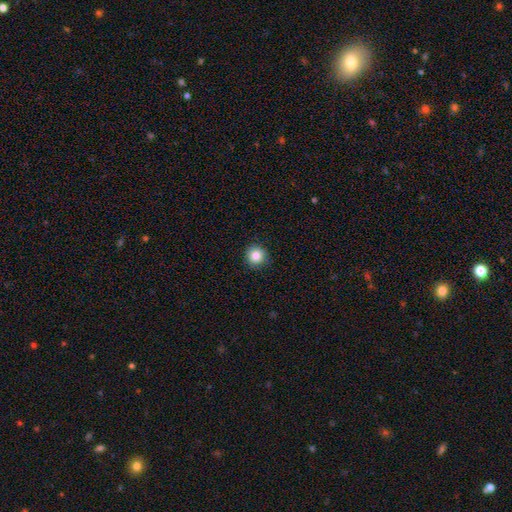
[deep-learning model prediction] This is clearly a smooth galaxy (84%). How rounded: clearly round (93%). Merging: clearly none (91%).